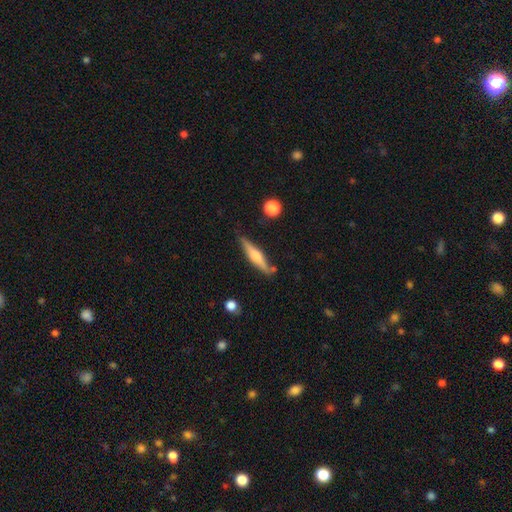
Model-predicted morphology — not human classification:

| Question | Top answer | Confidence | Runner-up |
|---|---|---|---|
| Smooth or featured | featured or disk | 57% | smooth (37%) |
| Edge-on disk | yes | 95% | no (5%) |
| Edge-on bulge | rounded | 81% | boxy (12%) |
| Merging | none | 80% | minor disturbance (14%) |